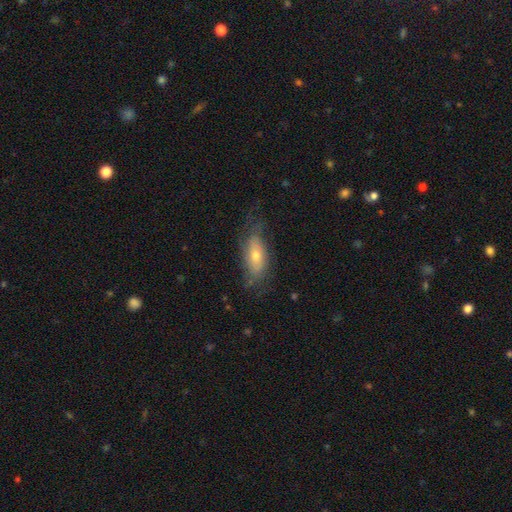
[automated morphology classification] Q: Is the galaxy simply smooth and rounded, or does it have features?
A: smooth — 48%.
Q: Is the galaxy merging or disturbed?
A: none — 57%.